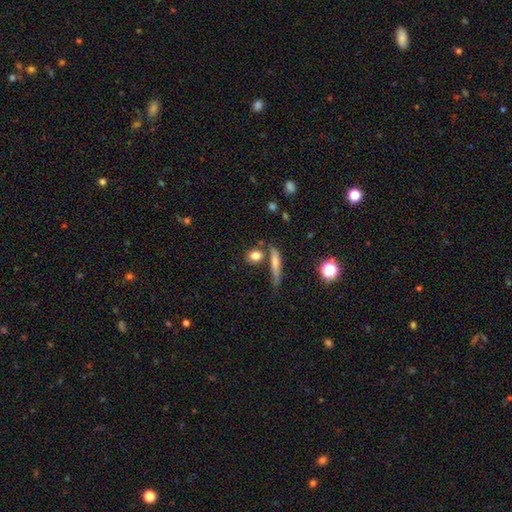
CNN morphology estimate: Smooth or featured? Predicted: smooth (p=0.79). How rounded? Predicted: round (p=0.45). Merging? Predicted: none (p=0.67).